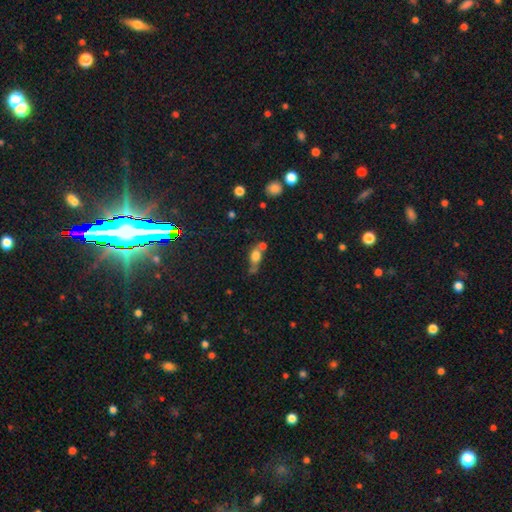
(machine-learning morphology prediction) Smooth or featured?
  - smooth: 70% *
  - featured or disk: 17%
  - star or artifact: 13%
How rounded?
  - in between: 60% *
  - round: 29%
  - cigar-shaped: 11%
Merging?
  - none: 34% * (tied)
  - merger: 34% * (tied)
  - minor disturbance: 20%
  - major disturbance: 12%